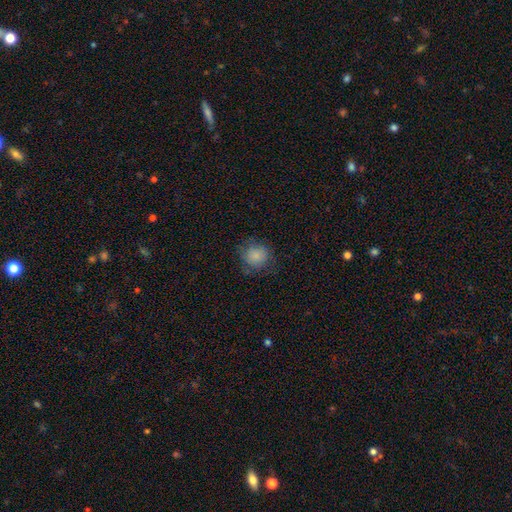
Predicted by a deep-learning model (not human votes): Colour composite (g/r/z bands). It shows a smooth galaxy with no disk features (84%) that is round (86%). Merging: none (76%).